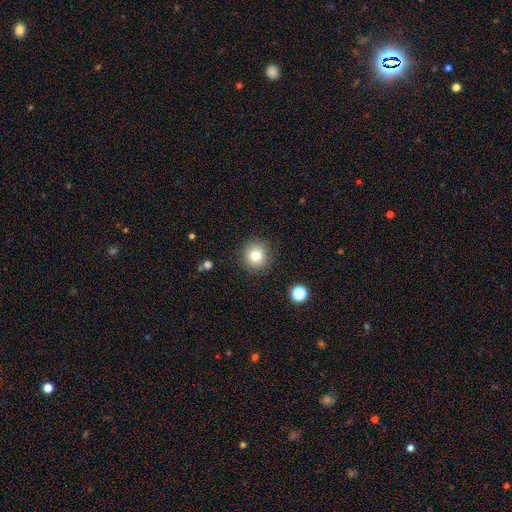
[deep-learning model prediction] smooth-or-featured: smooth: 80% | star or artifact: 11% | featured or disk: 9%
  how-rounded: round: 92% | in between: 7% | cigar-shaped: 1%
  merging: none: 89% | minor disturbance: 7% | major disturbance: 2% | merger: 1%